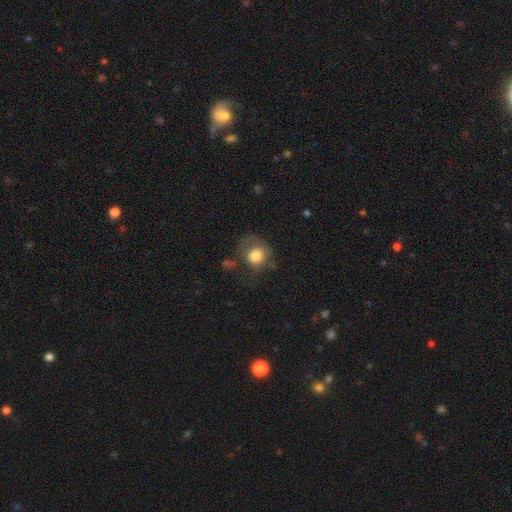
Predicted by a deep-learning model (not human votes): This is likely a smooth galaxy (77%). How rounded: likely round (77%). Merging: possibly none (45%).